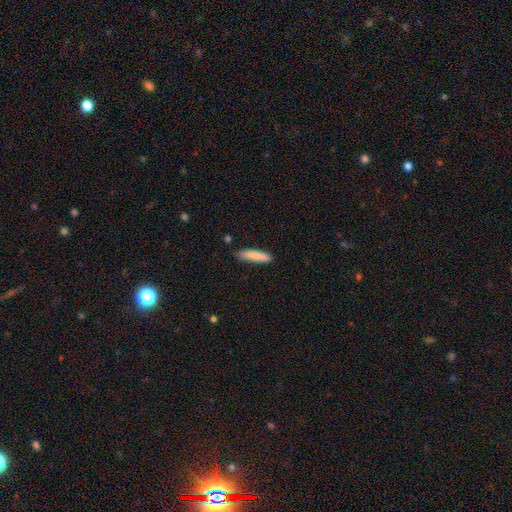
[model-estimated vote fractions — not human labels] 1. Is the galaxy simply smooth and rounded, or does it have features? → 85% smooth, 9% featured or disk, 6% star or artifact.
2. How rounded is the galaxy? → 78% cigar-shaped, 20% in between, 1% round.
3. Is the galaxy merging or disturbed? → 80% none, 16% minor disturbance, 2% major disturbance, 2% merger.